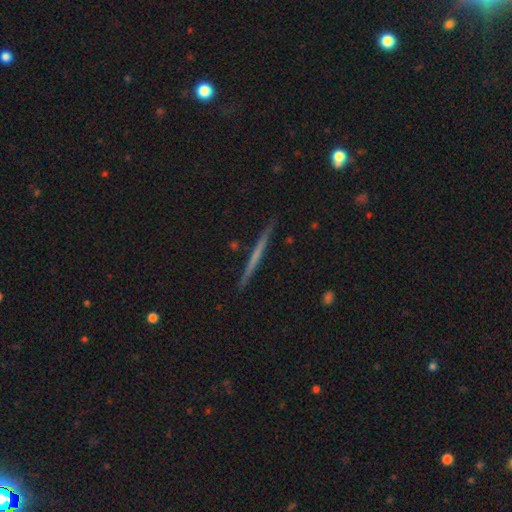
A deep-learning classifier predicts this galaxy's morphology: Q: Smooth or featured?
A: featured or disk (54%); runner-up: smooth (40%)
Q: Edge-on disk?
A: yes (98%); runner-up: no (2%)
Q: Edge-on bulge?
A: none (92%); runner-up: rounded (5%)
Q: Merging?
A: none (92%); runner-up: minor disturbance (6%)